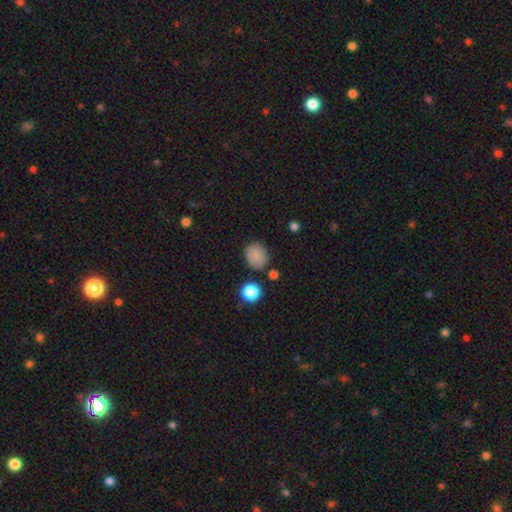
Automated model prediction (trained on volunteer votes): The model was most divided on "how rounded": round: 54%, in between: 45%, cigar-shaped: 1%. More confident: smooth or featured — smooth (85%); merging — none (80%).